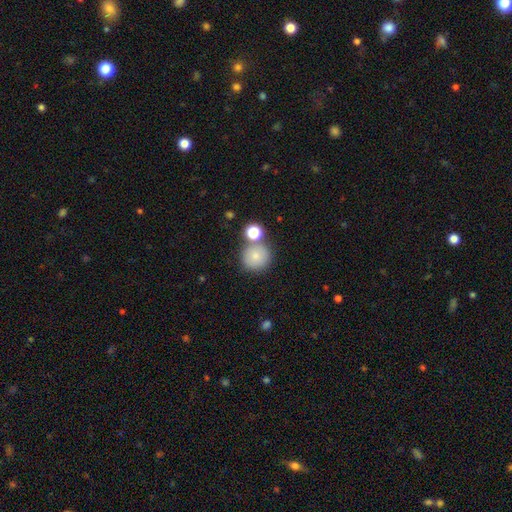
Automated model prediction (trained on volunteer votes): This appears to be a smooth galaxy with no disk features (80%) that is round (91%). Merging: none (67%).